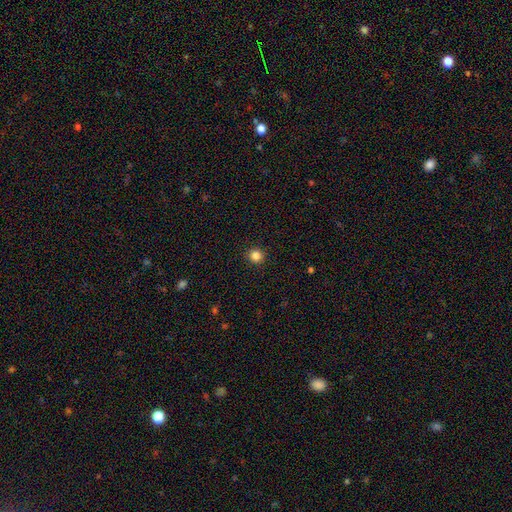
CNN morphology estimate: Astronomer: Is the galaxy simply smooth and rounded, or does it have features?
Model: smooth — 85%.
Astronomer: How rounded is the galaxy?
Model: round — 92%.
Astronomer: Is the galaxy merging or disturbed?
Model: none — 92%.